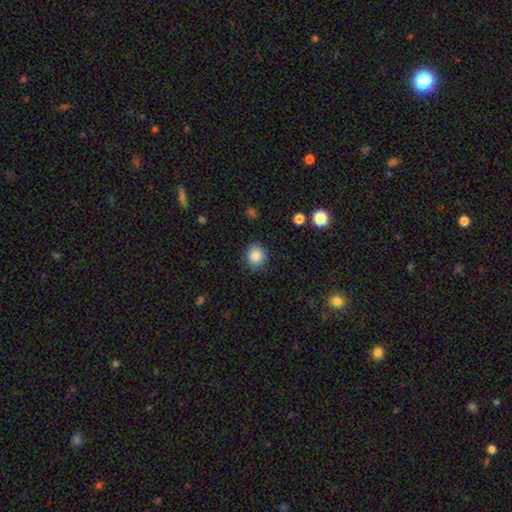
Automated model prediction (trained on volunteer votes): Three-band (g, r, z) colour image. It shows a smooth galaxy with no disk features (86%) that is round (76%). Merging: none (85%).